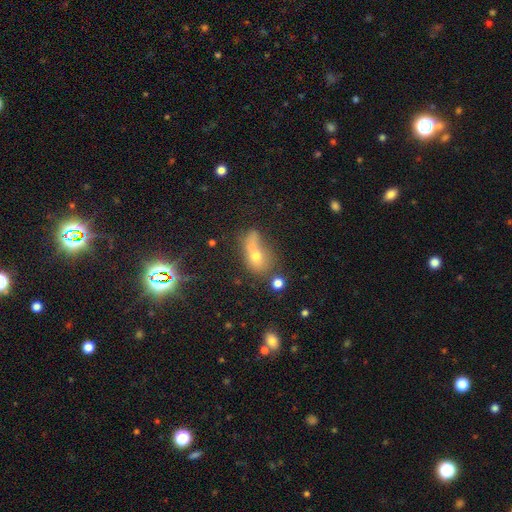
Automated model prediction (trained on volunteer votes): A smooth galaxy with no disk features (56%) that is in between round and cigar-shaped (67%). Merging: merger (31%).